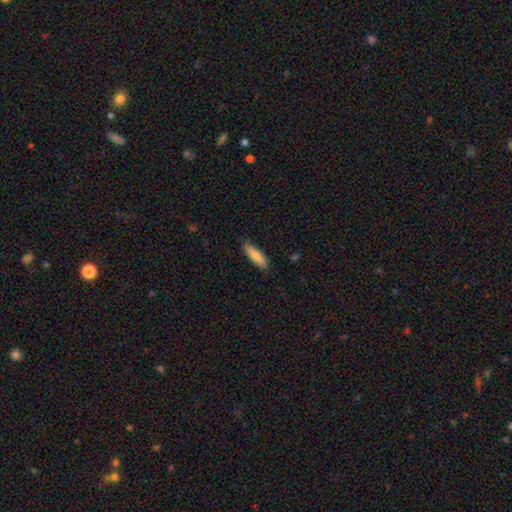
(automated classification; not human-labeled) This is likely a smooth galaxy (79%). How rounded: possibly cigar-shaped (58%). Merging: clearly none (85%).